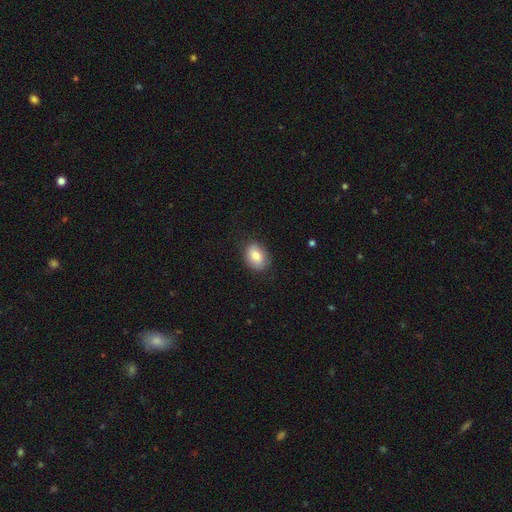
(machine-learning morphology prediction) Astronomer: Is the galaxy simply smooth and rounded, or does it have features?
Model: smooth — 81%.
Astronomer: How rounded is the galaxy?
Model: in between — 68%.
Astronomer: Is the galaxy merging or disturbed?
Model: none — 82%.